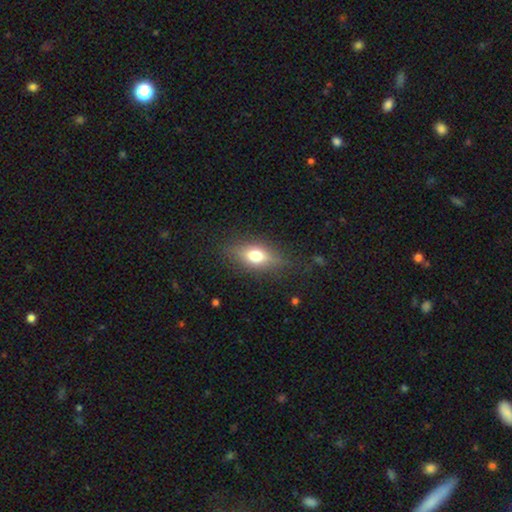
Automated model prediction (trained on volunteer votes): smooth-or-featured: smooth: 65% | featured or disk: 25% | star or artifact: 10%
  how-rounded: in between: 75% | cigar-shaped: 14% | round: 11%
  merging: none: 79% | minor disturbance: 15% | major disturbance: 5% | merger: 1%